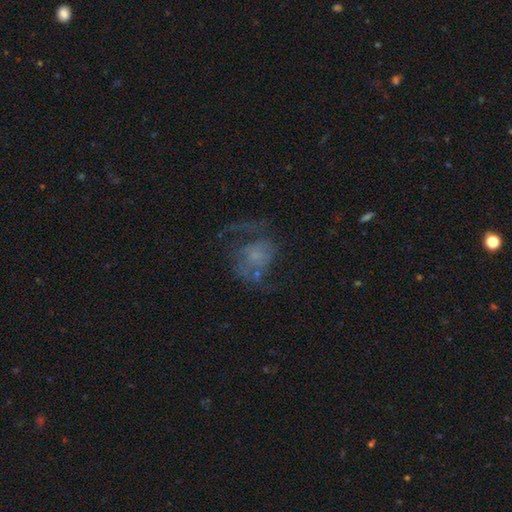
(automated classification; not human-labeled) Smooth or featured? featured or disk (61%)
Edge-on disk? no (98%)
Bar? no (79%)
Spiral arms? yes (70%)
Bulge size? small (49%)
Merging? none (42%)